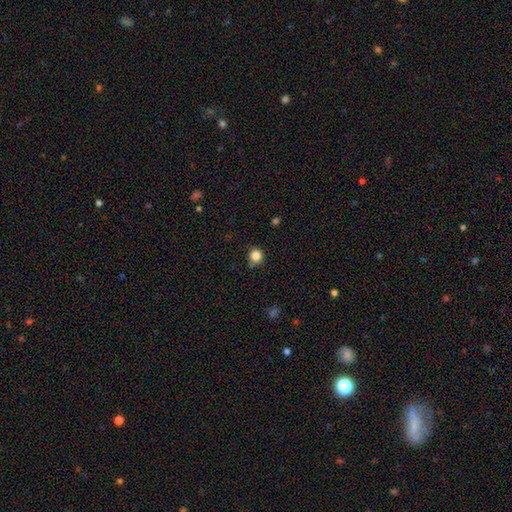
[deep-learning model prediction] A smooth galaxy with no disk features (84%) that is round (90%).

Vote fractions:
- Smooth or featured? smooth: 84% / star or artifact: 12% / featured or disk: 4%
- How rounded? round: 90% / in between: 9% / cigar-shaped: 1%
- Merging? none: 76% / minor disturbance: 18% / major disturbance: 3% / merger: 3%